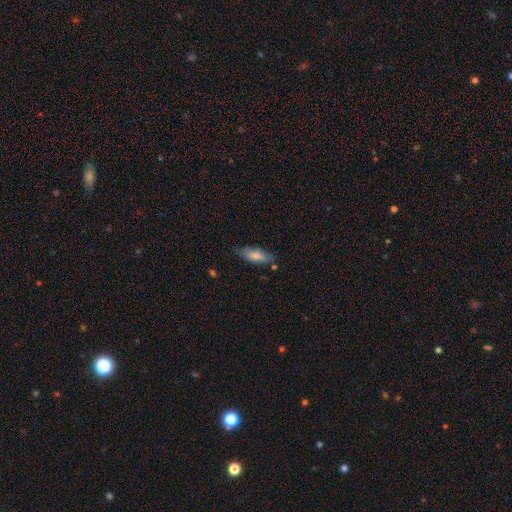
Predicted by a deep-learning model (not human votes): This appears to be a smooth galaxy with no disk features (73%) that is in between round and cigar-shaped (61%). Merging: none (74%).